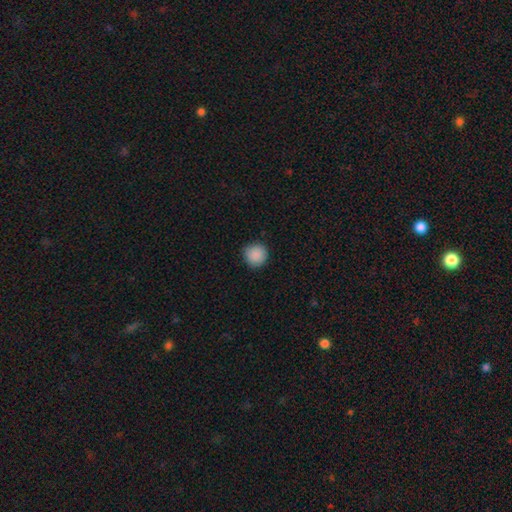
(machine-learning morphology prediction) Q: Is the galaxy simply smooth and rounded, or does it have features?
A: smooth — 90%.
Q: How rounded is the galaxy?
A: round — 94%.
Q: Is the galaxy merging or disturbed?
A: none — 90%.